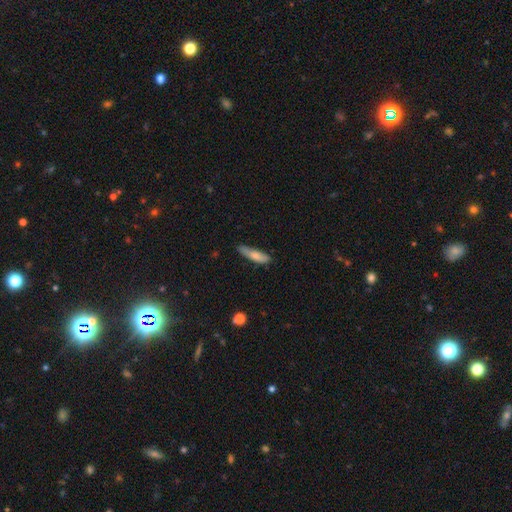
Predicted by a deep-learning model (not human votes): smooth-or-featured: smooth: 76% | featured or disk: 18% | star or artifact: 6%
  how-rounded: cigar-shaped: 69% | in between: 29% | round: 2%
  merging: none: 71% | minor disturbance: 23% | major disturbance: 4% | merger: 2%